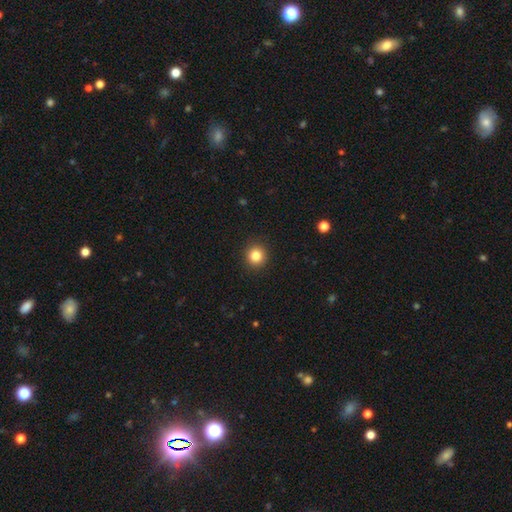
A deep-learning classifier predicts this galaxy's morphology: Q: Smooth or featured?
A: smooth (83%); runner-up: star or artifact (11%)
Q: How rounded?
A: round (93%); runner-up: in between (6%)
Q: Merging?
A: none (93%); runner-up: minor disturbance (5%)